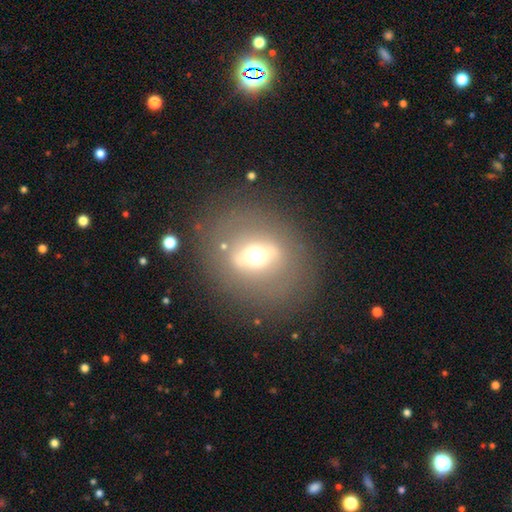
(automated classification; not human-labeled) Morphology: type=featured or disk (51%); edge-on=no (74%); merging=none (80%).